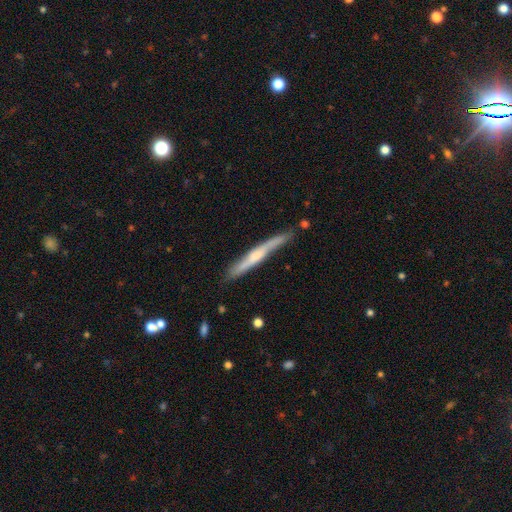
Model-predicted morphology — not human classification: A featured or disk galaxy (58%) viewed edge-on (92%) with a rounded central bulge (46%). Merging: none (72%).